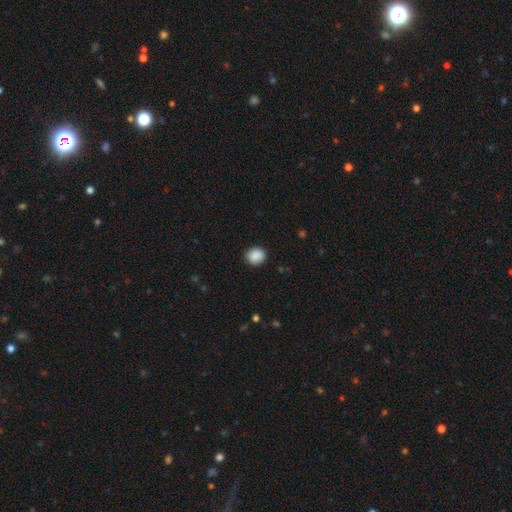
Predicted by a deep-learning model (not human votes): smooth-or-featured: smooth: 89% | star or artifact: 8% | featured or disk: 3%
  how-rounded: round: 83% | in between: 16% | cigar-shaped: 1%
  merging: none: 88% | minor disturbance: 9% | major disturbance: 2% | merger: 1%